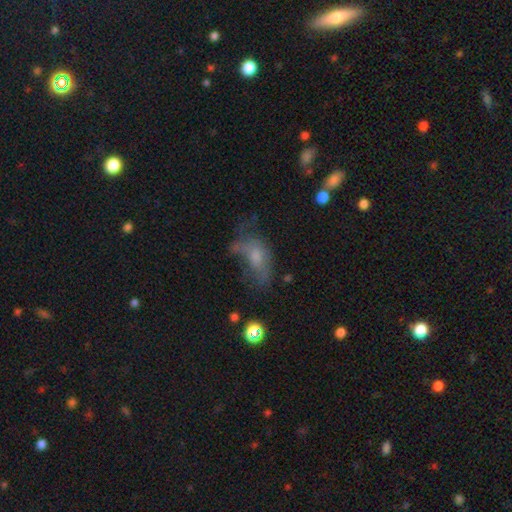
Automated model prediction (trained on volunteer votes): Smooth or featured?
  - smooth: 51% *
  - featured or disk: 34%
  - star or artifact: 15%
How rounded?
  - in between: 84% *
  - round: 10%
  - cigar-shaped: 6%
Merging?
  - major disturbance: 42% *
  - none: 28%
  - minor disturbance: 23%
  - merger: 7%